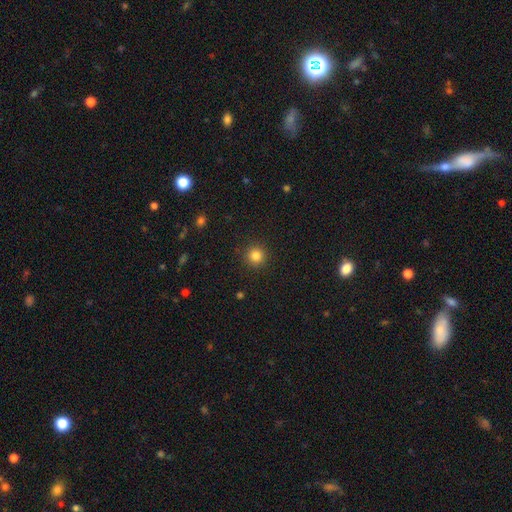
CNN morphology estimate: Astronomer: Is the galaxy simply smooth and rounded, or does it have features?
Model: smooth — 83%.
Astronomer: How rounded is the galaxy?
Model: round — 95%.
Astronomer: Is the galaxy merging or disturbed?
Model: none — 92%.